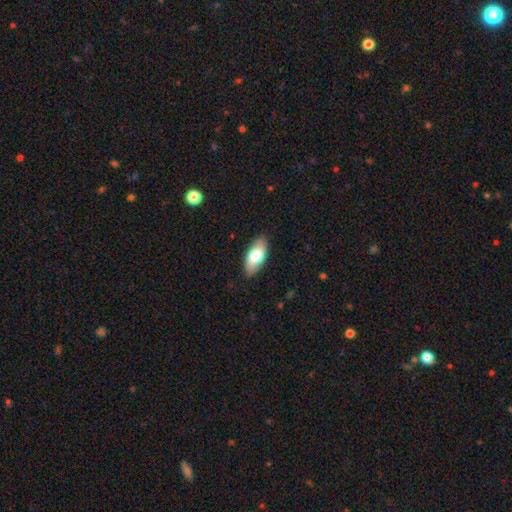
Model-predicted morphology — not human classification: Smooth or featured? smooth (71%)
How rounded? in between (88%)
Merging? none (88%)